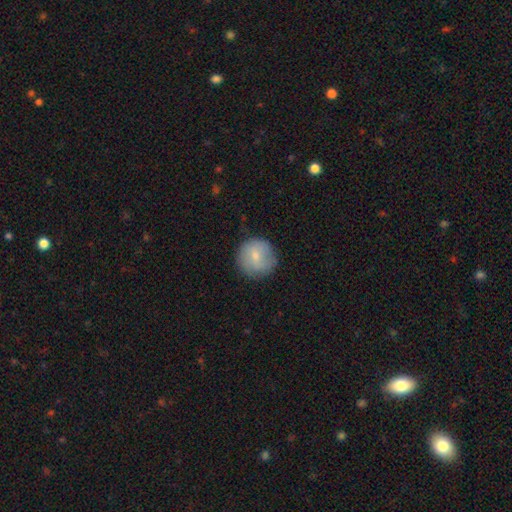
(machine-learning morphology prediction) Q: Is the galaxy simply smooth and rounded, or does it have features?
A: smooth — 71%.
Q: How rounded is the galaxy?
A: round — 93%.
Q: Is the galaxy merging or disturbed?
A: none — 80%.